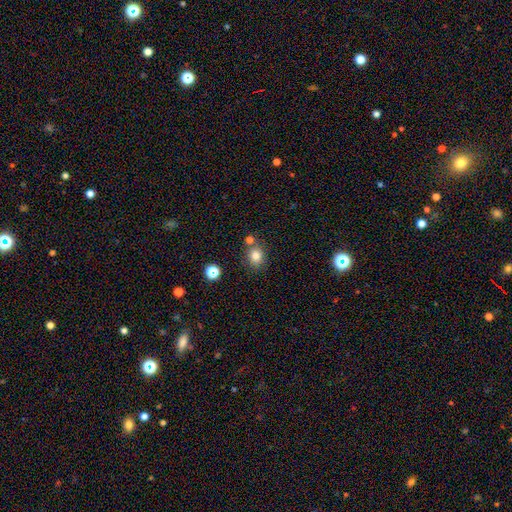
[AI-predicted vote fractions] smooth_or_featured: smooth (p=0.80) [alt: star or artifact p=0.12]
how_rounded: round (p=0.62) [alt: in between p=0.37]
merging: none (p=0.71) [alt: merger p=0.13]